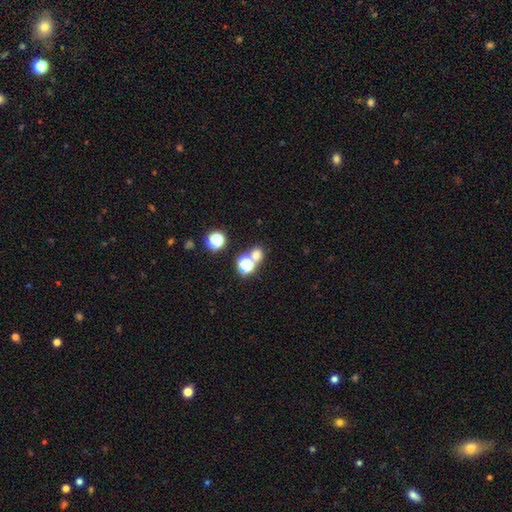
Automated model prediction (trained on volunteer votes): Smooth or featured: smooth — 63% (star or artifact — 28%)
How rounded: round — 74% (in between — 25%)
Merging: none — 54% (merger — 34%)